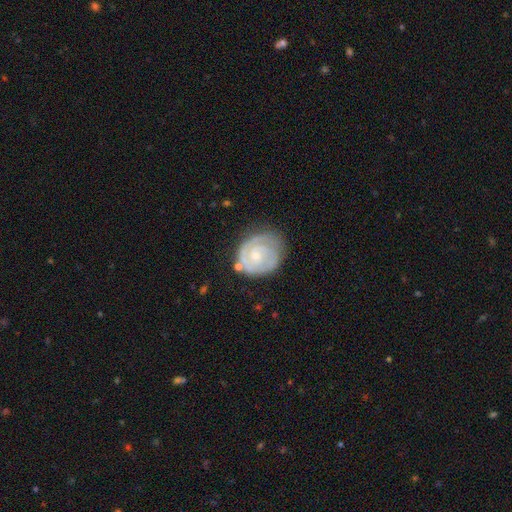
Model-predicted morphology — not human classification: type=featured or disk (79%); edge-on=no (98%); bar=no (74%); spiral arms=yes (93%); winding=tight (75%); arm count=2 (44%); bulge=small (70%); merging=none (67%).